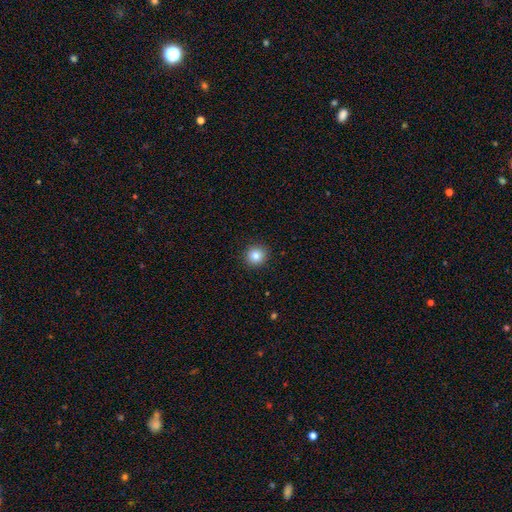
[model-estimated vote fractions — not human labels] smooth 84%, star or artifact 10%, featured or disk 6%. Down the decision tree: how rounded — round (92%); merging — none (92%).